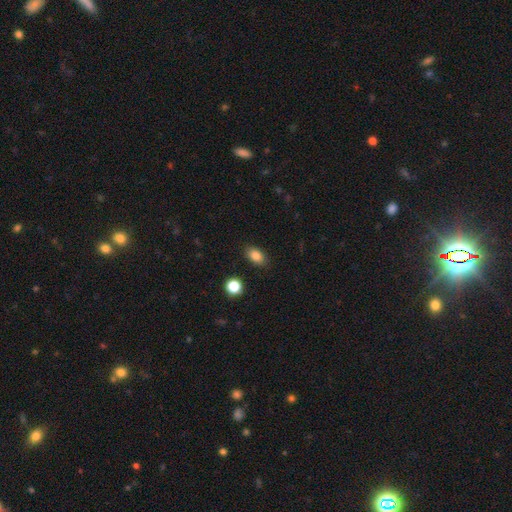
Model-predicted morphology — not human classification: Smooth or featured? smooth (84%)
How rounded? in between (86%)
Merging? none (87%)